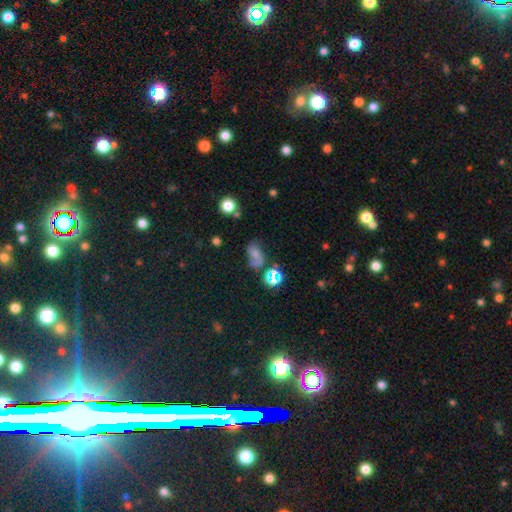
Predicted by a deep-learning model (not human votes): The model was most divided on "smooth or featured": smooth: 44%, featured or disk: 30%, star or artifact: 26%. Remaining: merging — none (39%).